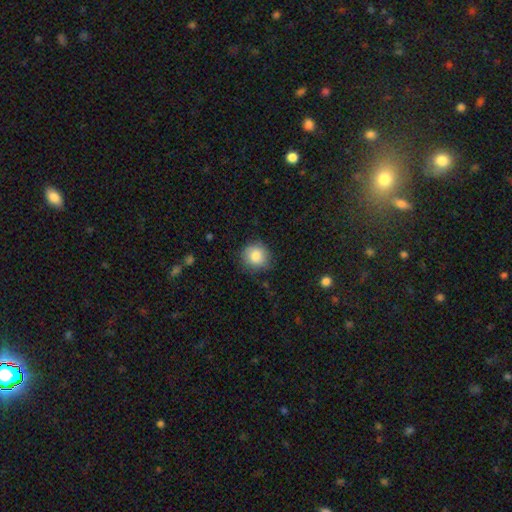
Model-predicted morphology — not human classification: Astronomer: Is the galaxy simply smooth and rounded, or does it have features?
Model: smooth — 83%.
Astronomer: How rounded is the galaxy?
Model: round — 88%.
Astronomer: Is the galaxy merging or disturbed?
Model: none — 82%.